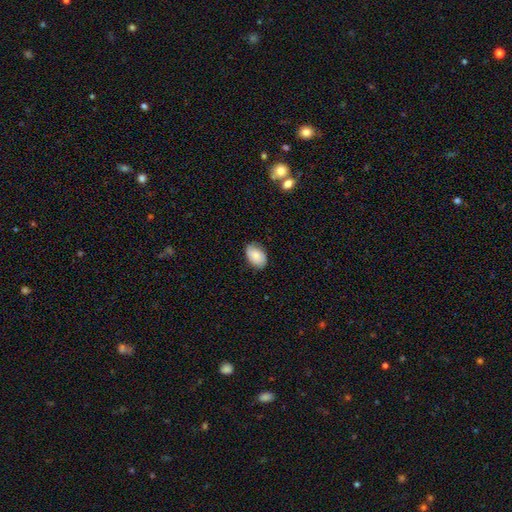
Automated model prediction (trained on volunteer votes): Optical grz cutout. It shows a smooth galaxy with no disk features (76%) that is in between round and cigar-shaped (88%). Merging: none (78%).